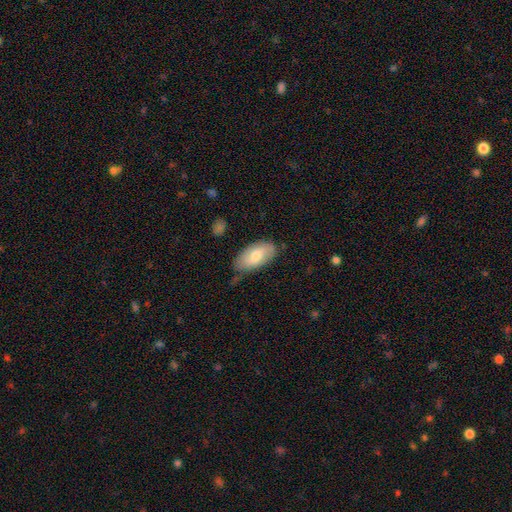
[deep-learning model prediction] Smooth or featured: smooth — 72% (featured or disk — 22%)
How rounded: in between — 94% (cigar-shaped — 4%)
Merging: none — 64% (minor disturbance — 28%)